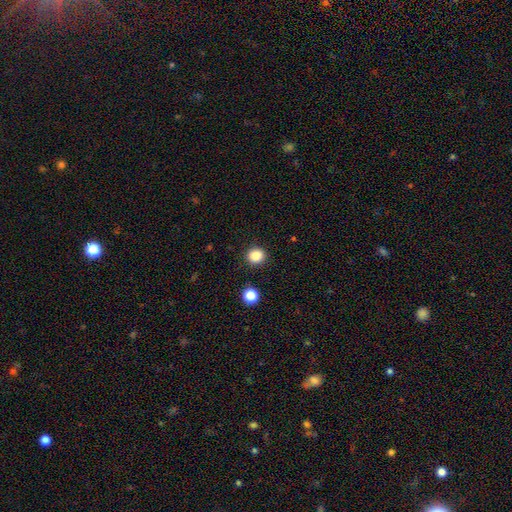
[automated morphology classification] Smooth or featured: smooth — 86% (star or artifact — 11%)
How rounded: round — 79% (in between — 20%)
Merging: none — 89% (minor disturbance — 7%)